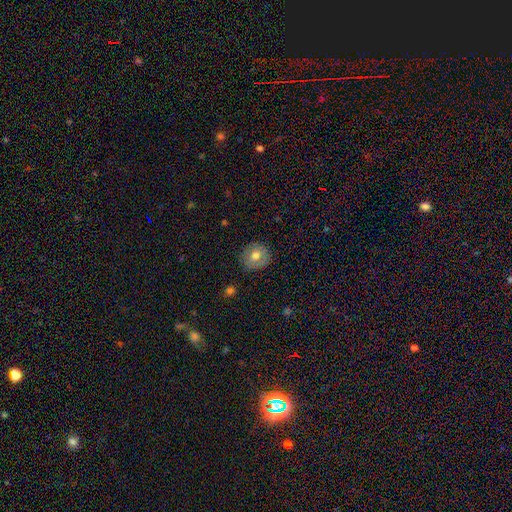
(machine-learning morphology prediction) smooth 71%, featured or disk 21%, star or artifact 9%. Down the decision tree: how rounded — round (86%); merging — none (85%).